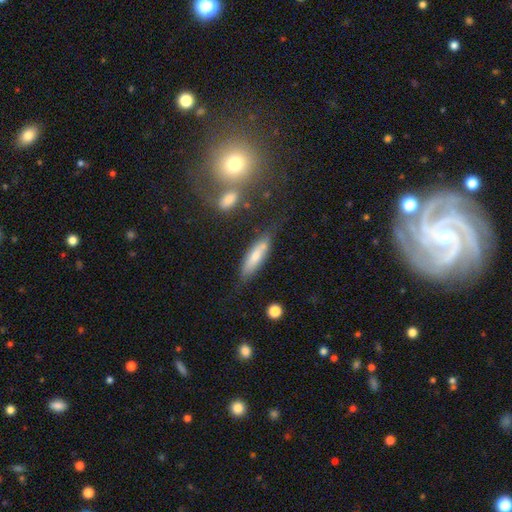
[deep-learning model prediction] Smooth or featured?
  - smooth: 65% *
  - featured or disk: 28%
  - star or artifact: 7%
How rounded?
  - cigar-shaped: 64% *
  - in between: 34%
  - round: 2%
Merging?
  - none: 65% *
  - minor disturbance: 21%
  - merger: 7%
  - major disturbance: 7%